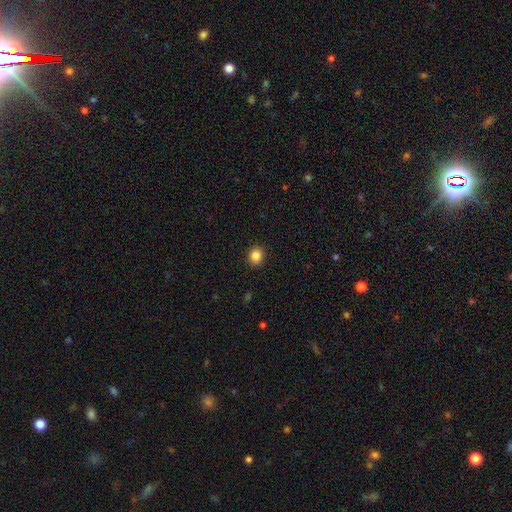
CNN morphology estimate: A smooth galaxy with no disk features (86%) that is round (67%). Merging: none (90%).